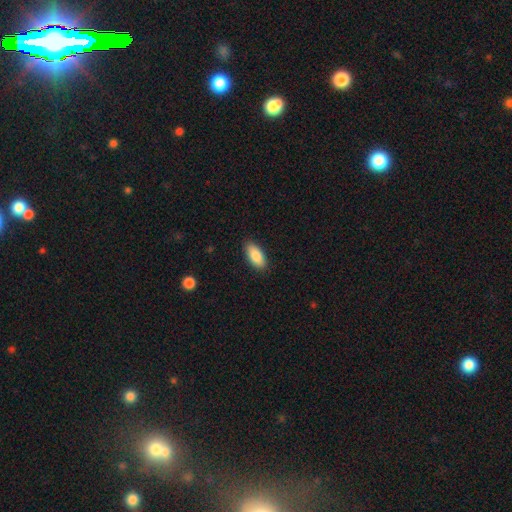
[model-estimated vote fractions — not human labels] Smooth or featured? smooth (88%)
How rounded? in between (90%)
Merging? none (89%)